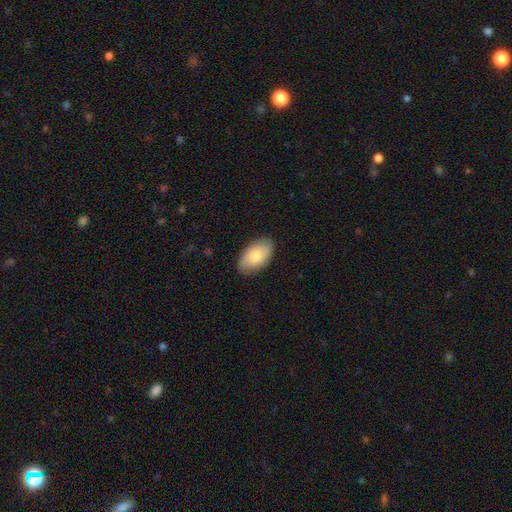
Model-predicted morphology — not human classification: Overall: smooth (77%). How rounded: in between (95%). Merging: none (85%).